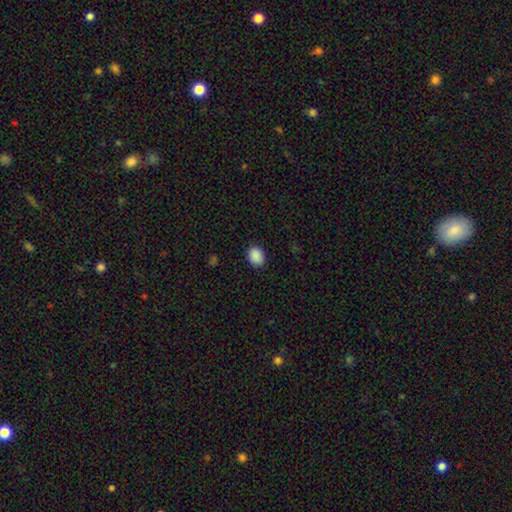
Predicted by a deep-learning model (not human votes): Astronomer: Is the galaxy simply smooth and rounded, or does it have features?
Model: smooth — 89%.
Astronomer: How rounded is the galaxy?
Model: in between — 58% (runner-up: round, 41%).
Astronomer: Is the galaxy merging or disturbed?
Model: none — 88%.